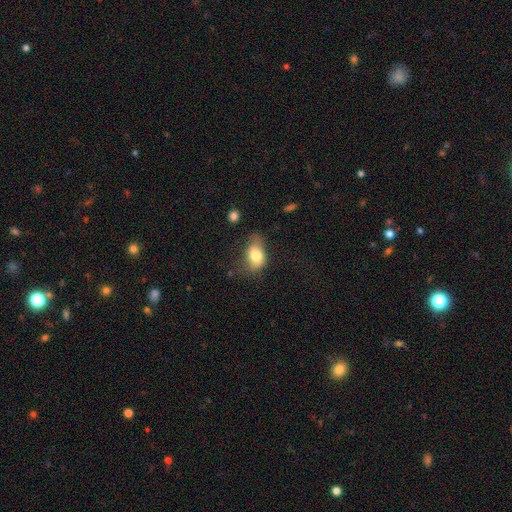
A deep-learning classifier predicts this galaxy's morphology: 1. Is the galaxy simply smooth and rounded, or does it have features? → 75% smooth, 16% featured or disk, 8% star or artifact.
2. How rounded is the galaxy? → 80% in between, 18% round, 2% cigar-shaped.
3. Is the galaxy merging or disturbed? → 39% none, 38% minor disturbance, 20% major disturbance, 3% merger.